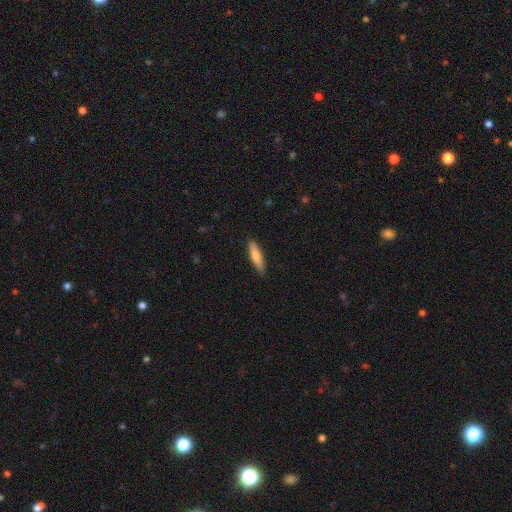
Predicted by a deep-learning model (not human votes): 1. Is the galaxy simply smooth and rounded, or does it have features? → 79% smooth, 16% featured or disk, 5% star or artifact.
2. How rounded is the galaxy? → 73% cigar-shaped, 25% in between, 1% round.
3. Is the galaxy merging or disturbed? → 87% none, 10% minor disturbance, 2% major disturbance, 1% merger.